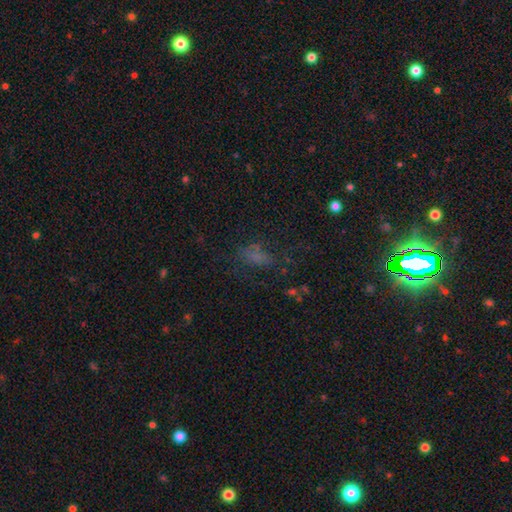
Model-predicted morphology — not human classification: This appears to be a smooth galaxy with no disk features (55%) that is in between round and cigar-shaped (79%). Merging: none (47%).